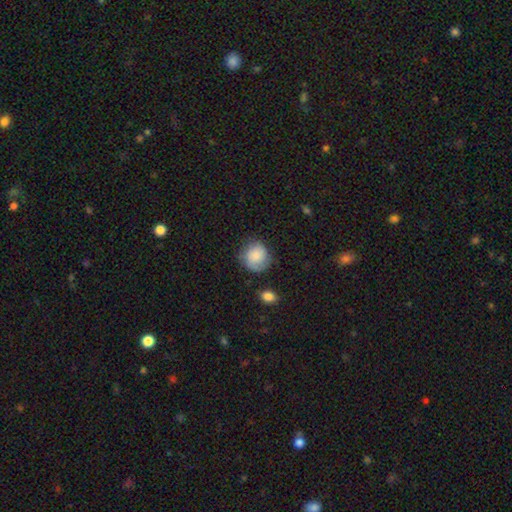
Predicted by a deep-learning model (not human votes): This appears to be a smooth galaxy with no disk features (75%) that is round (86%). Merging: none (66%).